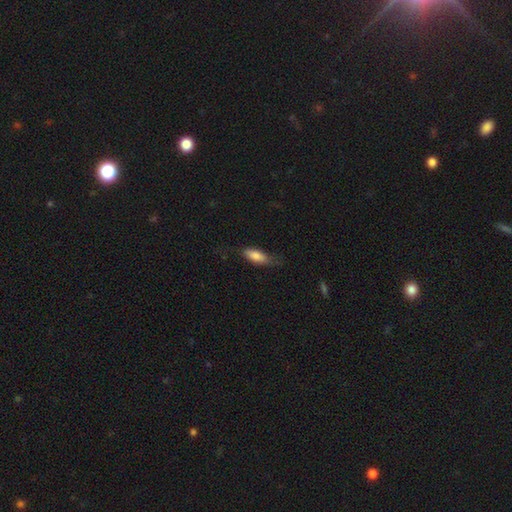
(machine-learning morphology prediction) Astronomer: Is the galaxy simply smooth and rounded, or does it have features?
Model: smooth — 79%.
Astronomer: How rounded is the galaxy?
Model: in between — 71%.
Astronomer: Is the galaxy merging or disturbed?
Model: none — 56%.